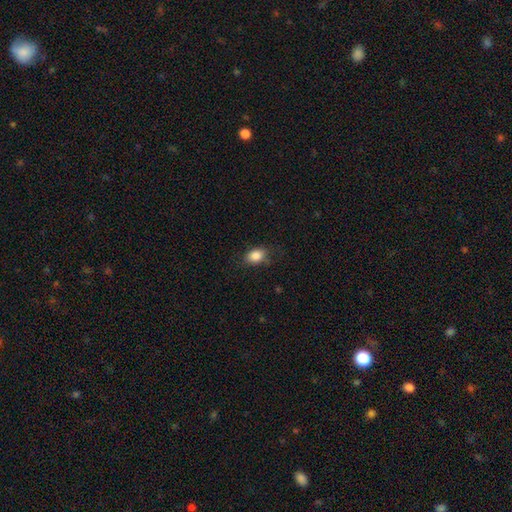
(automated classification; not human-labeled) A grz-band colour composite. It shows a smooth galaxy with no disk features (86%) that is in between round and cigar-shaped (70%). Merging: none (74%).